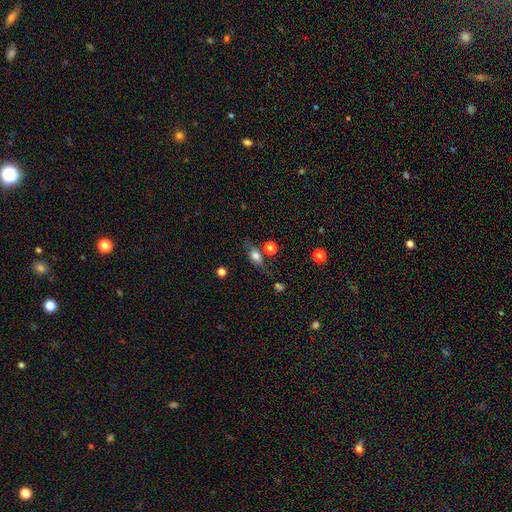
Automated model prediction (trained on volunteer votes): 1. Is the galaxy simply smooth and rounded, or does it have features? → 71% smooth, 18% featured or disk, 11% star or artifact.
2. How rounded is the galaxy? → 73% in between, 20% round, 7% cigar-shaped.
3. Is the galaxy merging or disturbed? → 63% none, 20% minor disturbance, 9% major disturbance, 9% merger.